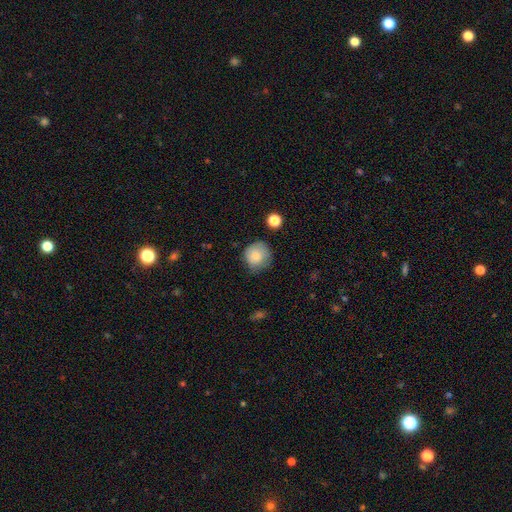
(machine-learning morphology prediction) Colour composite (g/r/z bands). It shows a smooth galaxy with no disk features (82%) that is round (87%). Merging: none (65%).